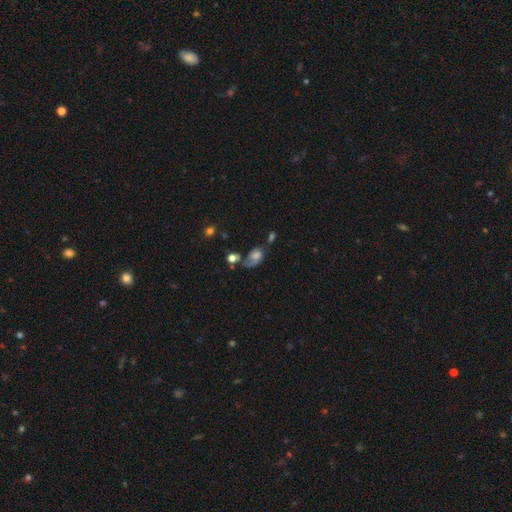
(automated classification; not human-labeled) Q: Smooth or featured?
A: featured or disk (47%); runner-up: smooth (39%)
Q: Merging?
A: major disturbance (34%); runner-up: none (27%)